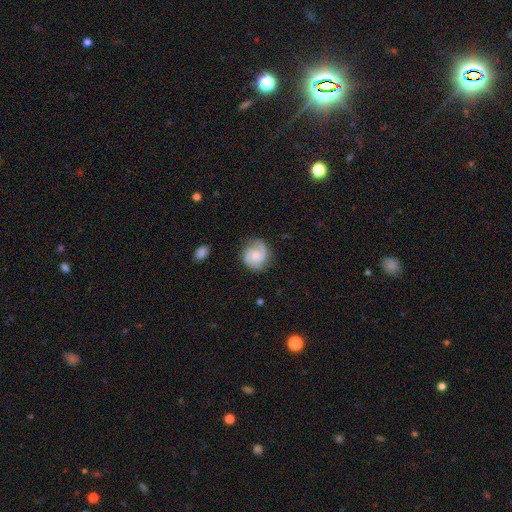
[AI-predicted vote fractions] Smooth or featured: featured or disk — 68% (smooth — 25%)
Edge-on disk: no — 98% (yes — 2%)
Bar: no — 66% (weak — 30%)
Spiral arms: yes — 95% (no — 5%)
Spiral winding: medium — 45% (tight — 38%)
Spiral arm count: 2 — 78% (can't tell — 8%)
Bulge size: small — 56% (moderate — 35%)
Merging: none — 79% (minor disturbance — 15%)